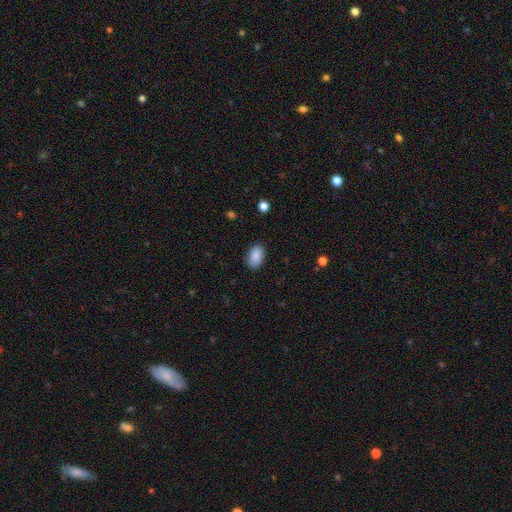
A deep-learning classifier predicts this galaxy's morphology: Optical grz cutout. It shows a smooth galaxy with no disk features (88%) that is in between round and cigar-shaped (91%). Merging: none (83%).